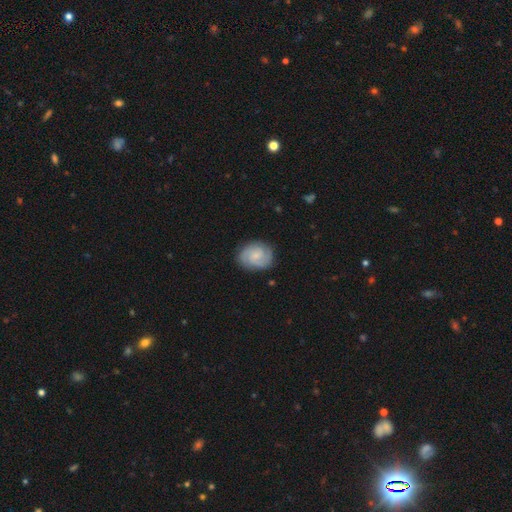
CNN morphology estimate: Overall: featured or disk (66%; smooth 28%). Edge-on disk: no (98%). Bar: no (50%; weak 45%). Spiral arms: yes (94%). Spiral arm count: 2 (57%; 3 17%). Spiral winding: tight (53%; medium 38%). Bulge size: small (56%; moderate 23%). Merging: none (82%).